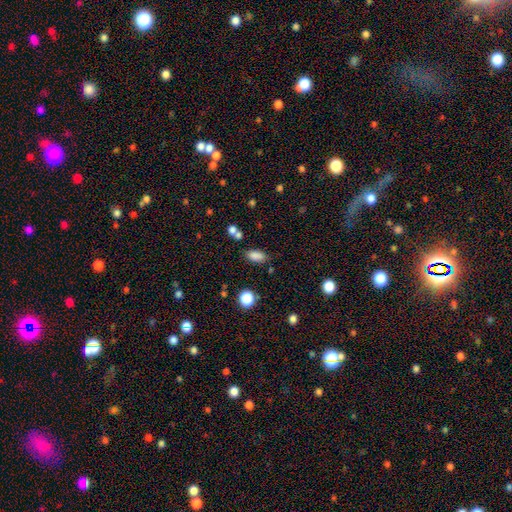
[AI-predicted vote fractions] smooth-or-featured: smooth: 84% | star or artifact: 11% | featured or disk: 5%
  how-rounded: in between: 87% | cigar-shaped: 7% | round: 6%
  merging: none: 75% | minor disturbance: 13% | merger: 8% | major disturbance: 4%